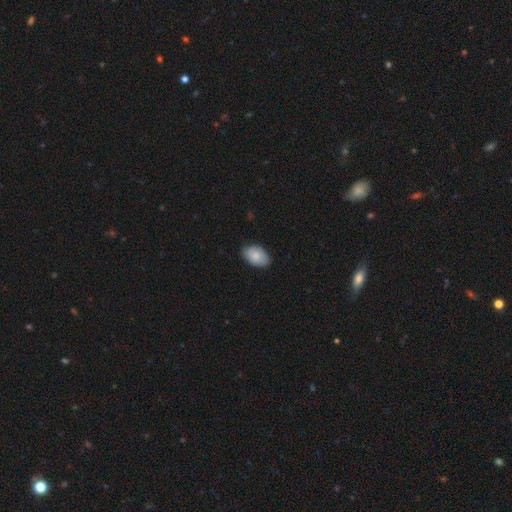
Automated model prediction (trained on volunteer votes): The model was most divided on "merging": none: 83%, minor disturbance: 14%, major disturbance: 2%, merger: 1%. More confident: how rounded — in between (91%); smooth or featured — smooth (83%).